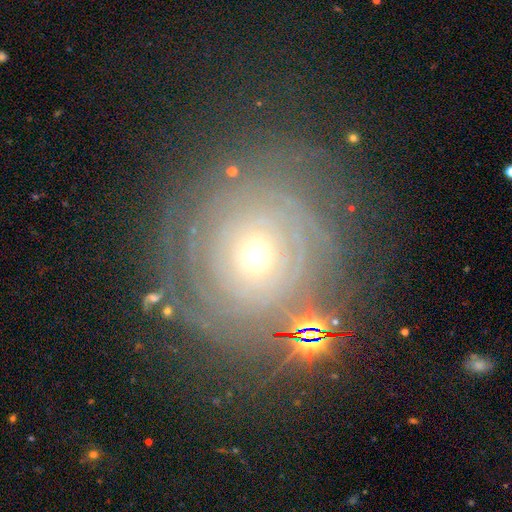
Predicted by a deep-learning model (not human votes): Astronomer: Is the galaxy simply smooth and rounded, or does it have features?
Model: featured or disk — 77%.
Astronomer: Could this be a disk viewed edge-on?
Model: no — 96%.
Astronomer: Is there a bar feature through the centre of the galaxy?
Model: no — 82%.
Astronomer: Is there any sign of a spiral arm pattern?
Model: yes — 84%.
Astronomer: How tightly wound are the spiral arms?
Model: tight — 80%.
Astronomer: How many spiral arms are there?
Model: can't tell — 42%.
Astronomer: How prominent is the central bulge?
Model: small — 54% (runner-up: moderate, 40%).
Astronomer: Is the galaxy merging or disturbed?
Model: none — 69%.